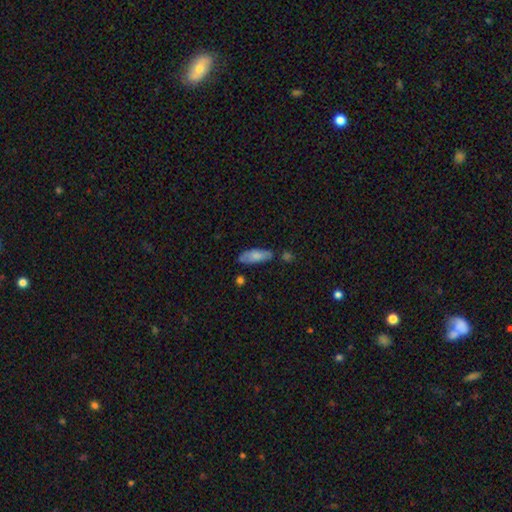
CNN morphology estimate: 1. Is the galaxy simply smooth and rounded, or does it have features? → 77% smooth, 17% featured or disk, 6% star or artifact.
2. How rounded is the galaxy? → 72% in between, 26% cigar-shaped, 2% round.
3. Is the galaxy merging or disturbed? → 65% none, 23% minor disturbance, 7% merger, 5% major disturbance.